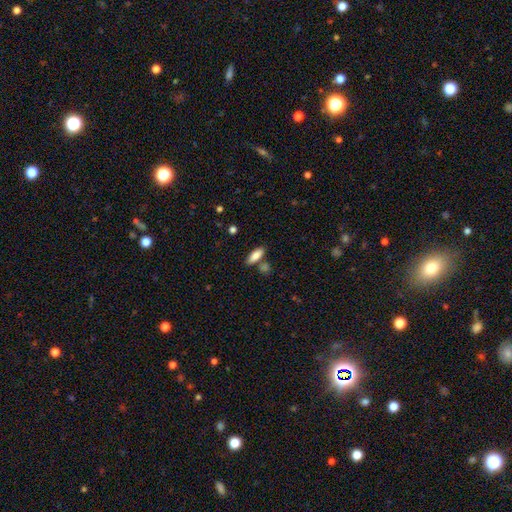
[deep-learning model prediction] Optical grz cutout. It shows a smooth galaxy with no disk features (84%) that is in between round and cigar-shaped (68%). Merging: none (73%).